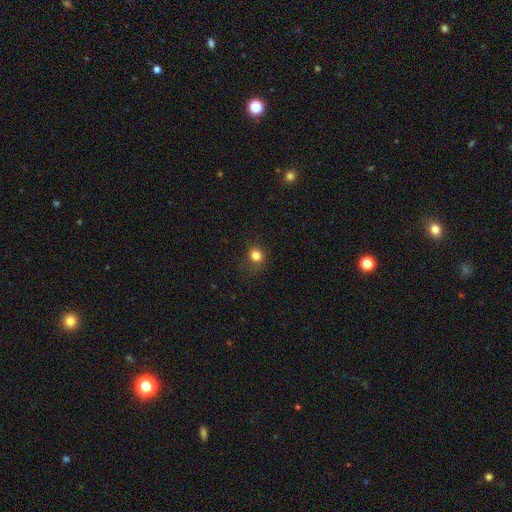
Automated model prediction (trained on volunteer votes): Smooth or featured?
  - smooth: 81% *
  - star or artifact: 14%
  - featured or disk: 5%
How rounded?
  - round: 75% *
  - in between: 24%
  - cigar-shaped: 1%
Merging?
  - none: 76% *
  - minor disturbance: 16%
  - major disturbance: 7%
  - merger: 1%